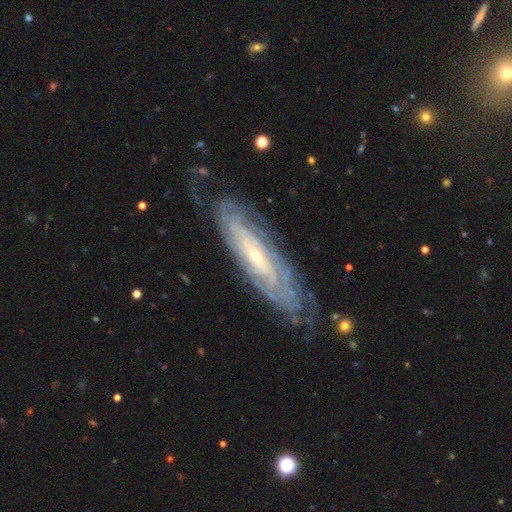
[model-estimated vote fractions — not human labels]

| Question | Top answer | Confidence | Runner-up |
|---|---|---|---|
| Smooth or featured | featured or disk | 84% | smooth (10%) |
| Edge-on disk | no | 76% | yes (24%) |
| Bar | no | 57% | weak (29%) |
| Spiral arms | yes | 93% | no (7%) |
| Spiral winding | tight | 79% | medium (17%) |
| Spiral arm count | can't tell | 59% | 2 (10%) |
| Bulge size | small | 75% | moderate (21%) |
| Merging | none | 75% | minor disturbance (18%) |